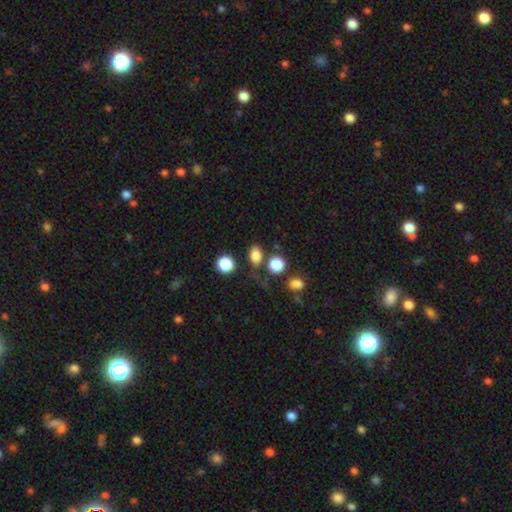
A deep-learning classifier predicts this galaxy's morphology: A smooth galaxy with no disk features (82%) that is in between round and cigar-shaped (70%). Merging: none (73%).